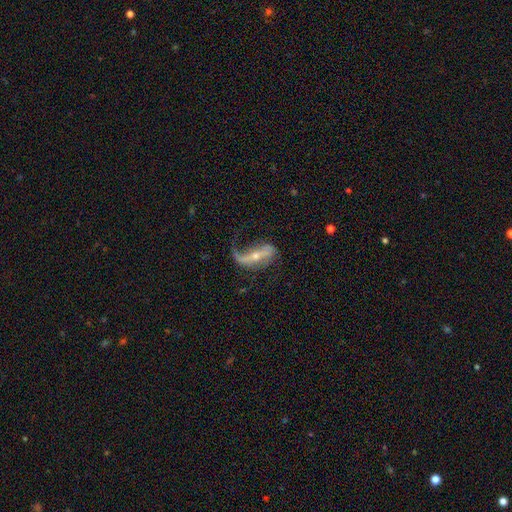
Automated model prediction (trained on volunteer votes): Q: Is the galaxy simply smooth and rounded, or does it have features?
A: featured or disk — 81%.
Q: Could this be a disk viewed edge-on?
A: no — 86%.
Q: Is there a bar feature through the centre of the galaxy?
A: strong — 49%.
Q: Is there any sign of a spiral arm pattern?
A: yes — 87%.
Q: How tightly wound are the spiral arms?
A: loose — 73%.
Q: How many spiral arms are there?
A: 2 — 57%.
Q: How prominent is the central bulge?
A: small — 58%.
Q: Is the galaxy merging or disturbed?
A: none — 43%.